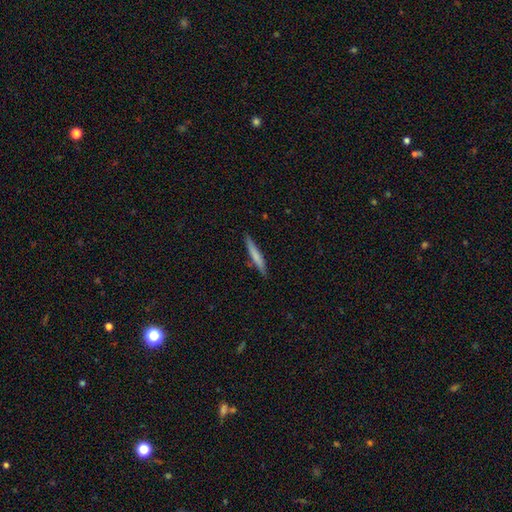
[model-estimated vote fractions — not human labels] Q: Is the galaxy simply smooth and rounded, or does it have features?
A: smooth — 70%.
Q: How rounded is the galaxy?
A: cigar-shaped — 95%.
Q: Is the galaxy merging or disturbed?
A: none — 87%.